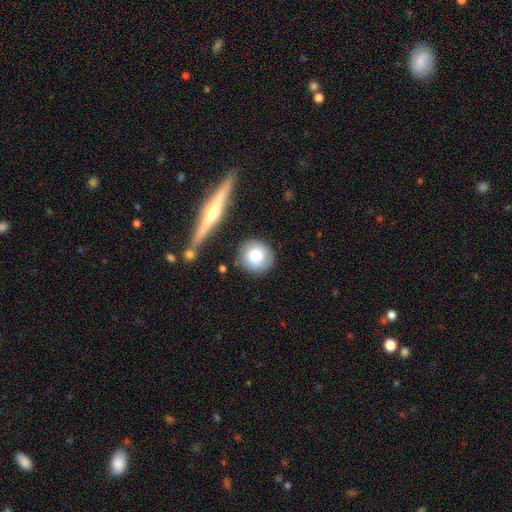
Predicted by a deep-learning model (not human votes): smooth_or_featured: smooth (p=0.79) [alt: featured or disk p=0.14]
how_rounded: round (p=0.89) [alt: in between p=0.09]
merging: none (p=0.80) [alt: minor disturbance p=0.12]